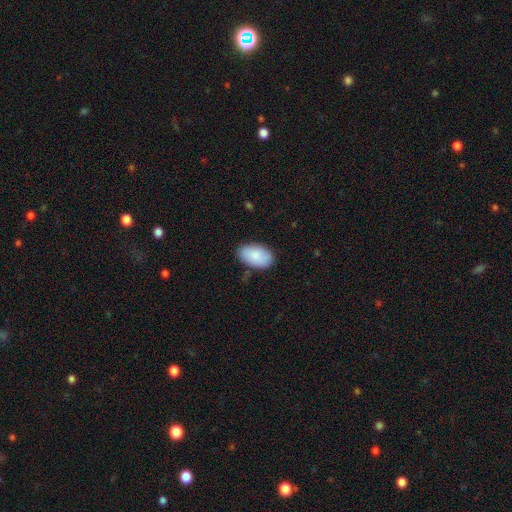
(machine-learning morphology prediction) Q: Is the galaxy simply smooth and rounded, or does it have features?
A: smooth — 86%.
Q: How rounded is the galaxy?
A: in between — 94%.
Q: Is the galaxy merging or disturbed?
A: none — 83%.